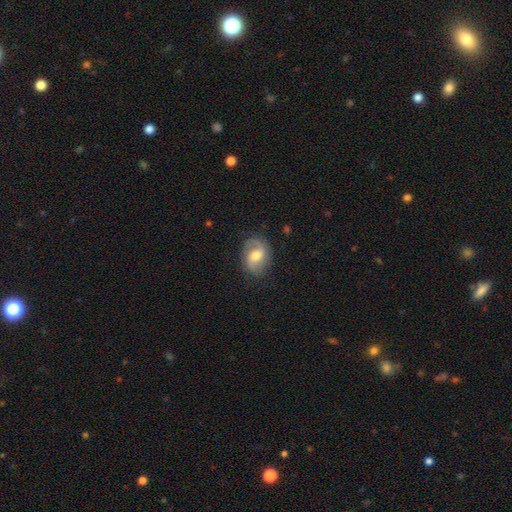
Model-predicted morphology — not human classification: Smooth or featured?
  - featured or disk: 63% *
  - smooth: 30%
  - star or artifact: 7%
Edge-on disk?
  - no: 97% *
  - yes: 3%
Bar?
  - weak: 48% *
  - no: 39%
  - strong: 13%
Spiral arms?
  - yes: 89% *
  - no: 11%
Spiral winding?
  - medium: 45% *
  - loose: 31%
  - tight: 24%
Spiral arm count?
  - 2: 79% *
  - 1: 8%
  - can't tell: 8%
  - 3: 2%
  - 4: 1%
  - more than 4: 1%
Bulge size?
  - moderate: 66% *
  - small: 17%
  - large: 14%
  - none: 2%
  - dominant: 1%
Merging?
  - none: 76% *
  - minor disturbance: 17%
  - major disturbance: 6%
  - merger: 1%